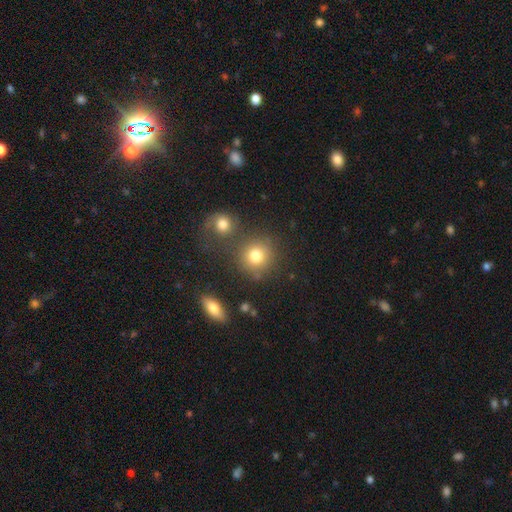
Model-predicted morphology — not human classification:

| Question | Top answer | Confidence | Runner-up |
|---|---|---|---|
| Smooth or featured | smooth | 79% | star or artifact (12%) |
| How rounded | round | 88% | in between (11%) |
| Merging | none | 66% | merger (21%) |